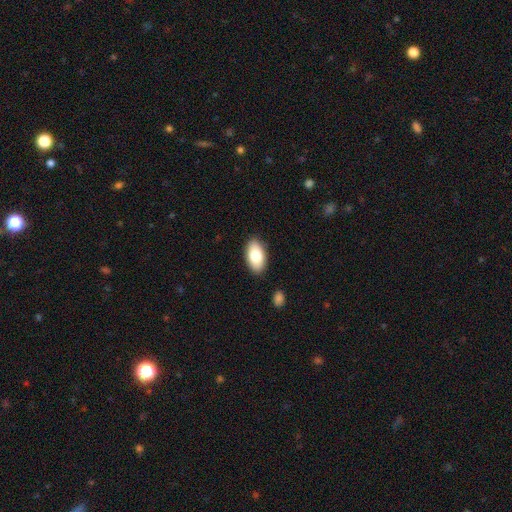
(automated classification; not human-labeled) Smooth or featured?
  - smooth: 80% *
  - featured or disk: 14%
  - star or artifact: 7%
How rounded?
  - in between: 94% *
  - round: 4%
  - cigar-shaped: 2%
Merging?
  - none: 87% *
  - minor disturbance: 9%
  - major disturbance: 2%
  - merger: 2%